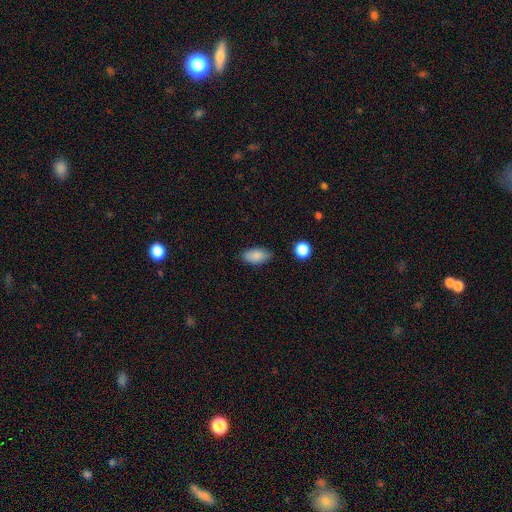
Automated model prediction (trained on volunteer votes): This is clearly a smooth galaxy (86%). How rounded: clearly in between (92%). Merging: likely none (79%).